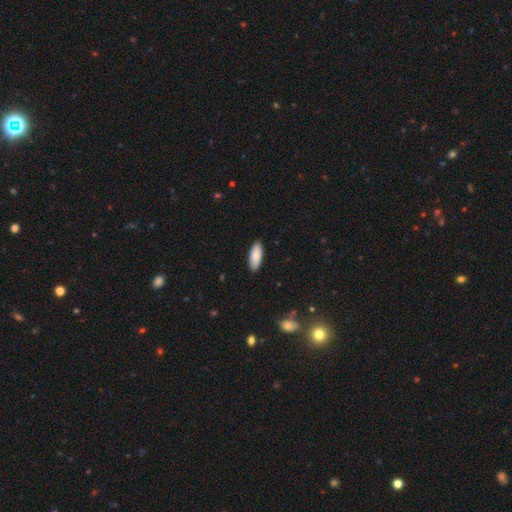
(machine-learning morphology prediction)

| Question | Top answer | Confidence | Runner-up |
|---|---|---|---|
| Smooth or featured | smooth | 87% | featured or disk (7%) |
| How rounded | in between | 78% | cigar-shaped (20%) |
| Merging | none | 90% | minor disturbance (8%) |